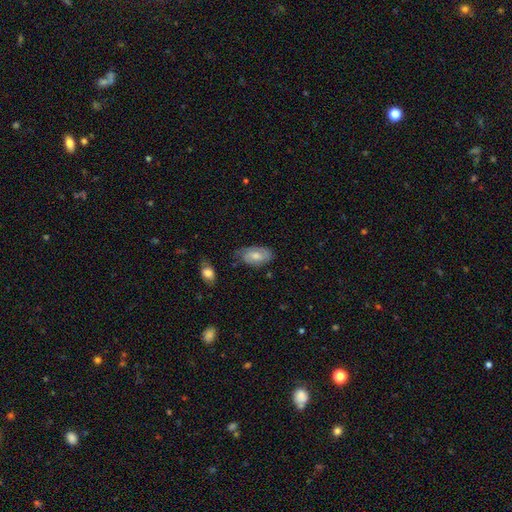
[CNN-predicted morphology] smooth-or-featured: smooth: 50% | featured or disk: 43% | star or artifact: 7%
  how-rounded: in between: 92% | round: 5% | cigar-shaped: 3%
  merging: none: 63% | minor disturbance: 27% | major disturbance: 7% | merger: 3%